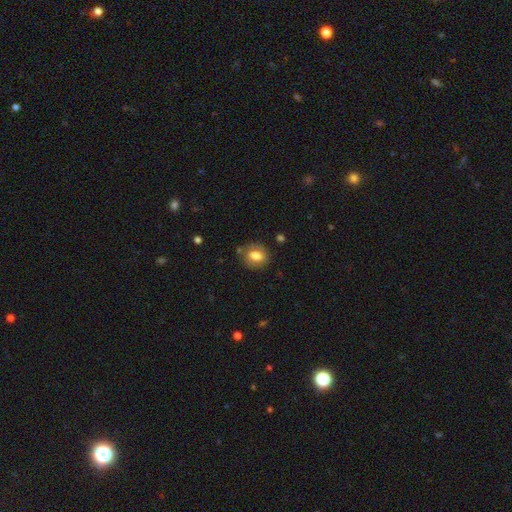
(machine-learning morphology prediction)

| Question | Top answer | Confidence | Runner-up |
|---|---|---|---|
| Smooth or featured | smooth | 69% | featured or disk (23%) |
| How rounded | in between | 60% | round (38%) |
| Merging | none | 74% | minor disturbance (17%) |